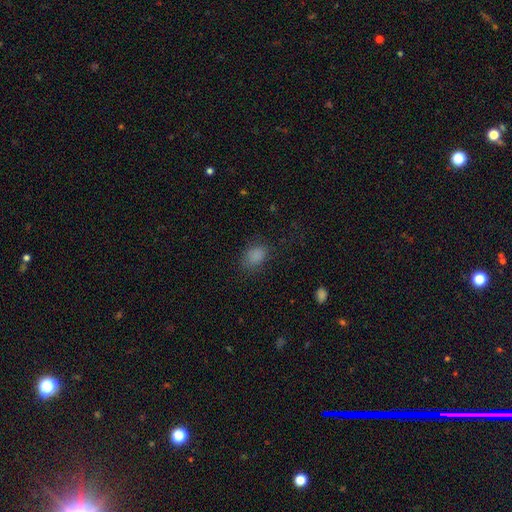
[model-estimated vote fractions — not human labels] Smooth or featured: smooth — 84% (star or artifact — 11%)
How rounded: in between — 74% (round — 24%)
Merging: none — 74% (minor disturbance — 17%)